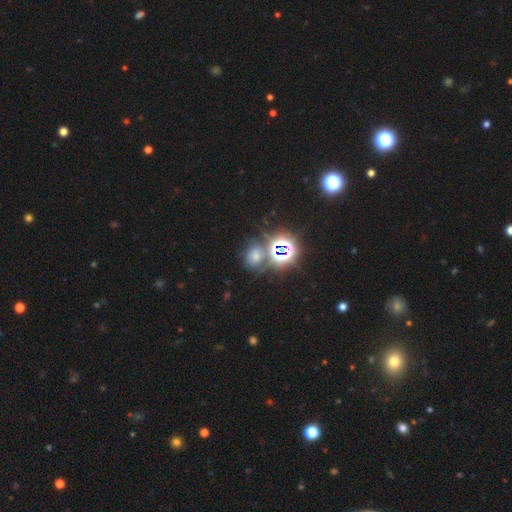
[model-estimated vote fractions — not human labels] A star or artifact, not a galaxy (46%).

Vote fractions:
- Smooth or featured? star or artifact: 46% / smooth: 42% / featured or disk: 12%